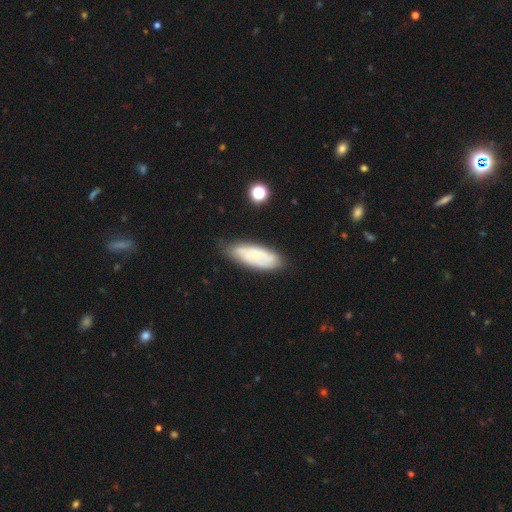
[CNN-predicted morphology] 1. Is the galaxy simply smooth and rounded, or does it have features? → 56% smooth, 36% featured or disk, 8% star or artifact.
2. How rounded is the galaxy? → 70% in between, 28% cigar-shaped, 2% round.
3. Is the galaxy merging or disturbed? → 71% none, 22% minor disturbance, 5% major disturbance, 3% merger.